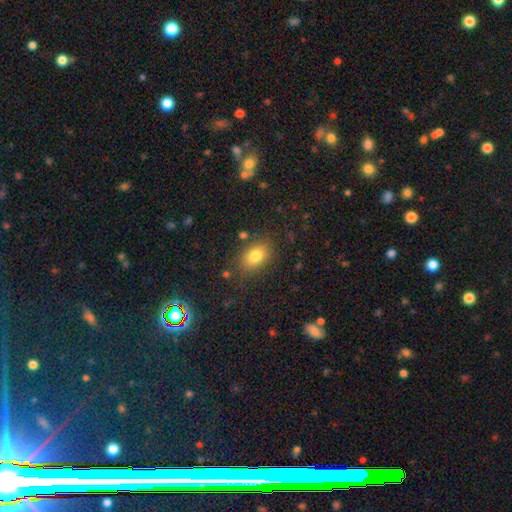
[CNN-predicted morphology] Smooth or featured? Predicted: smooth (p=0.79). How rounded? Predicted: in between (p=0.78). Merging? Predicted: none (p=0.81).